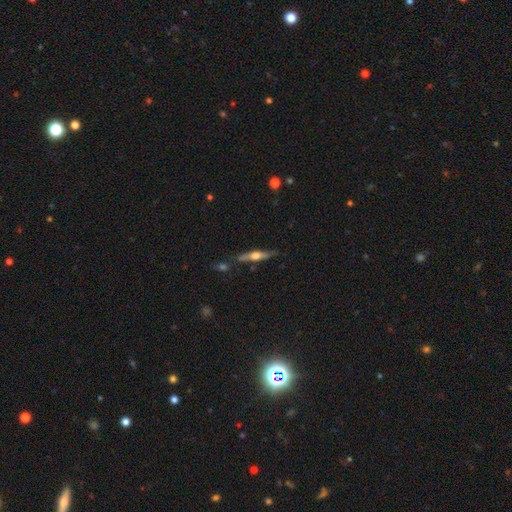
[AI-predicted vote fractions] A featured or disk galaxy (65%) viewed edge-on (95%) with a rounded central bulge (91%). Merging: none (77%).